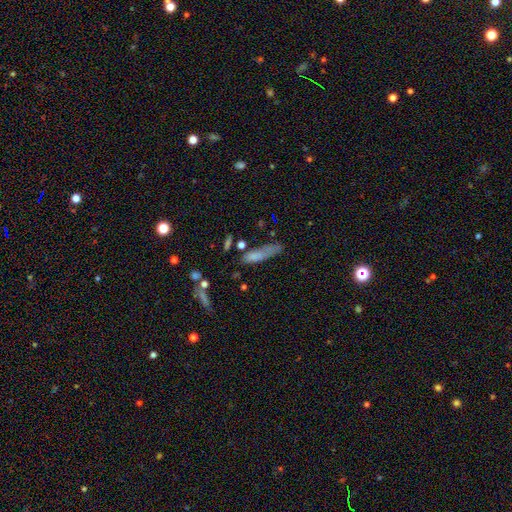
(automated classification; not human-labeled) Smooth or featured?
  - smooth: 74% *
  - featured or disk: 17%
  - star or artifact: 9%
How rounded?
  - cigar-shaped: 75% *
  - in between: 23%
  - round: 2%
Merging?
  - none: 51% *
  - minor disturbance: 27%
  - major disturbance: 12%
  - merger: 10%